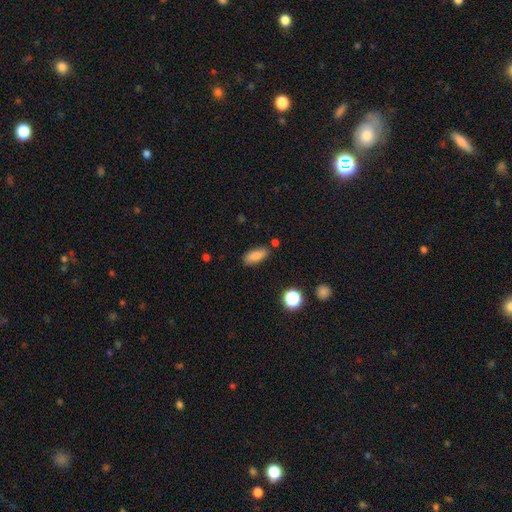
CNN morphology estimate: Smooth or featured? Predicted: smooth (p=0.83). How rounded? Predicted: in between (p=0.79). Merging? Predicted: none (p=0.78).